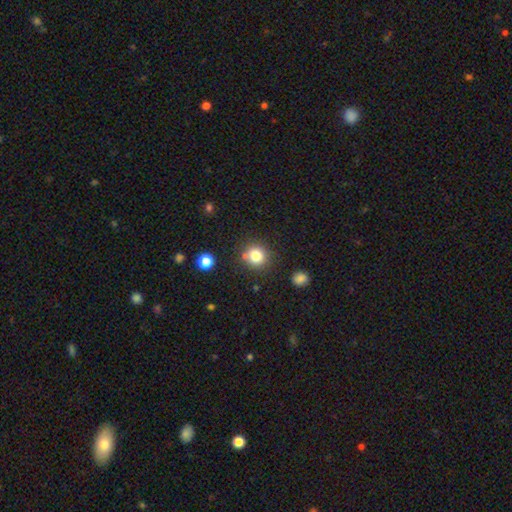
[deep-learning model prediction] Smooth or featured: smooth — 81% (star or artifact — 12%)
How rounded: round — 89% (in between — 10%)
Merging: none — 78% (minor disturbance — 10%)